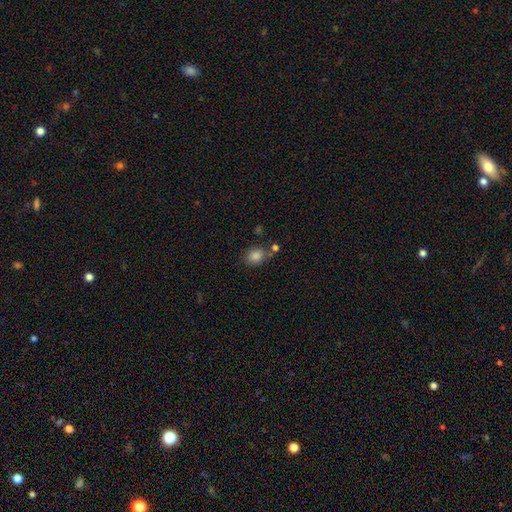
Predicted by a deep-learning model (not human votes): Morphology: type=smooth (84%); roundness=in between (57%); merging=none (68%).